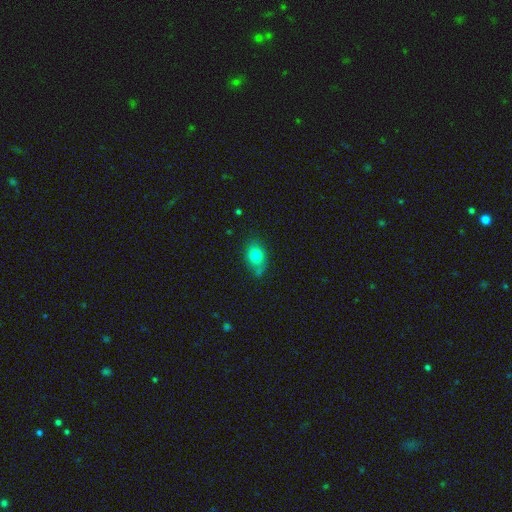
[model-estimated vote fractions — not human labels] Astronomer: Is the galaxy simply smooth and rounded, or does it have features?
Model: smooth — 79%.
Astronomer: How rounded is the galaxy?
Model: in between — 69%.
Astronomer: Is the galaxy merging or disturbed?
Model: none — 64%.